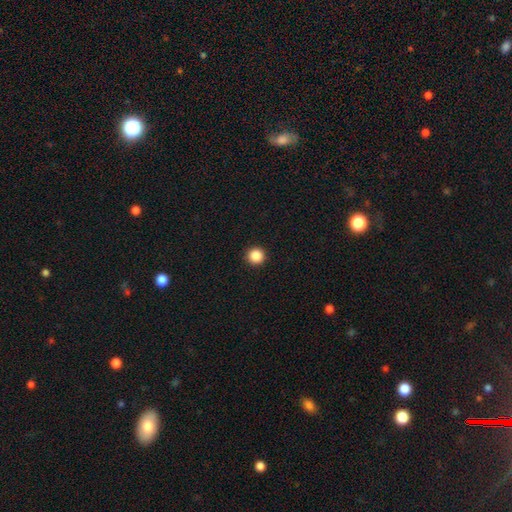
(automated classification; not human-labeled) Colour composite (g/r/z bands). It shows a smooth galaxy with no disk features (88%) that is round (96%). Merging: none (93%).